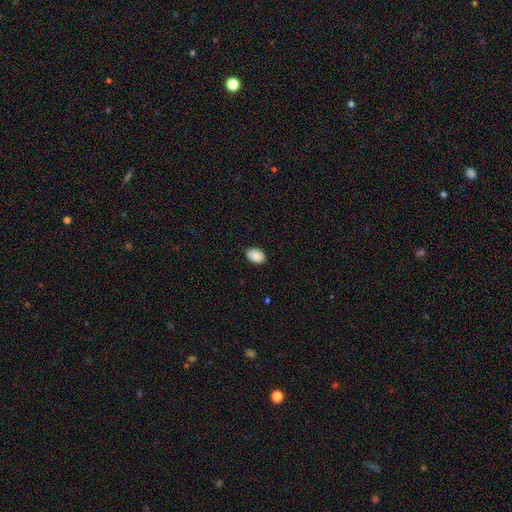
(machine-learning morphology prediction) A smooth galaxy with no disk features (90%) that is in between round and cigar-shaped (85%). Merging: none (86%).